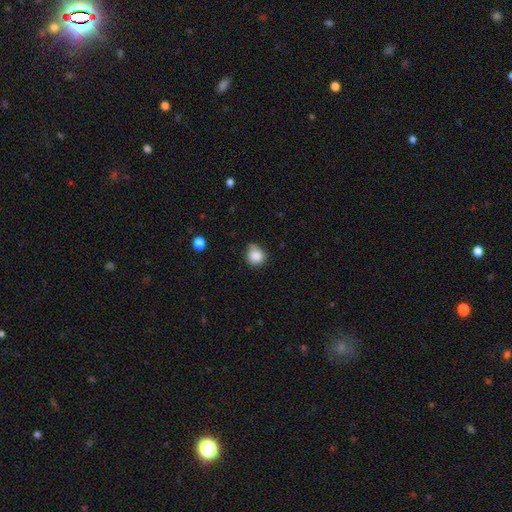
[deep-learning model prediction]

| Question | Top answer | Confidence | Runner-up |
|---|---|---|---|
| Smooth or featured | smooth | 86% | star or artifact (9%) |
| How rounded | round | 81% | in between (18%) |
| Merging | none | 59% | minor disturbance (32%) |